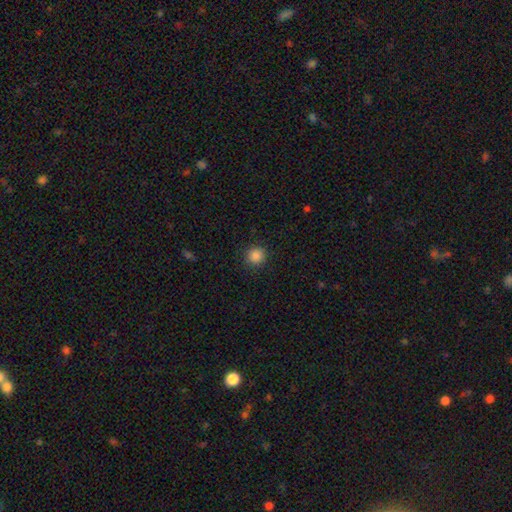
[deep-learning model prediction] Overall: smooth (87%). How rounded: round (94%). Merging: none (91%).